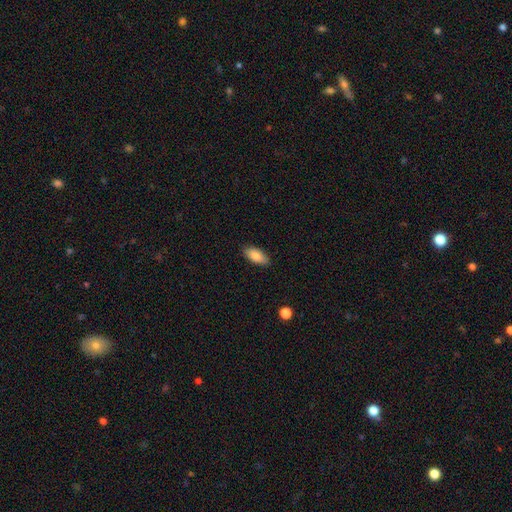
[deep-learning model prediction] smooth_or_featured: smooth (p=0.86) [alt: featured or disk p=0.08]
how_rounded: in between (p=0.90) [alt: cigar-shaped p=0.08]
merging: none (p=0.87) [alt: minor disturbance p=0.10]